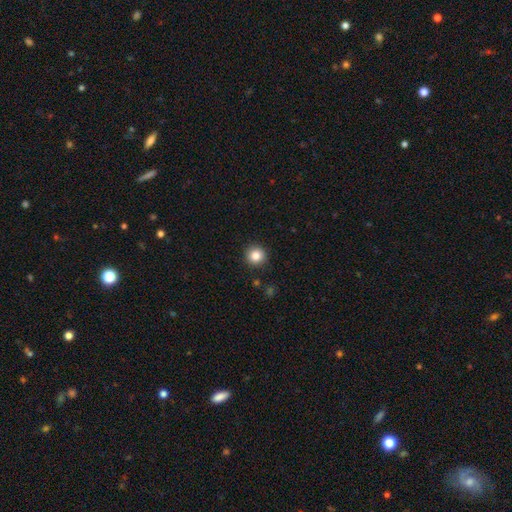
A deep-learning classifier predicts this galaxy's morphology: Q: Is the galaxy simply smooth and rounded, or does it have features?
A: smooth — 84%.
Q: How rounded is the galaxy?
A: round — 94%.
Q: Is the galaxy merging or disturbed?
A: none — 91%.